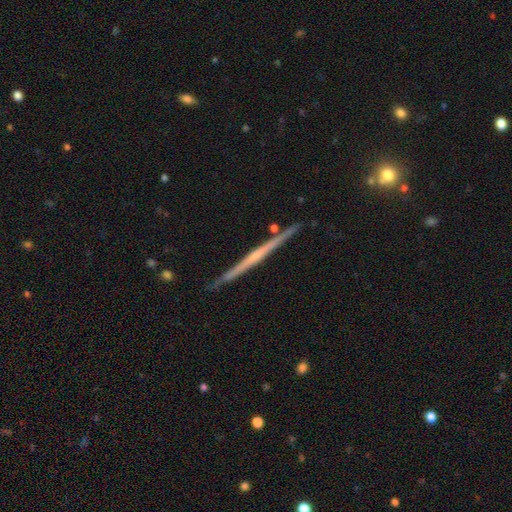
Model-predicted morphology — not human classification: This appears to be a featured or disk galaxy (76%) viewed edge-on (98%) with no central bulge (62%). Merging: none (89%).